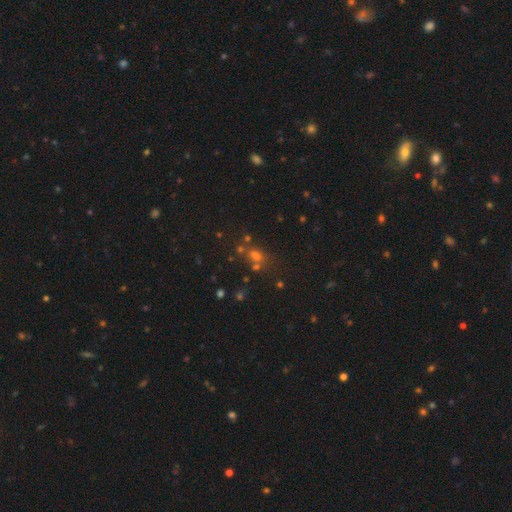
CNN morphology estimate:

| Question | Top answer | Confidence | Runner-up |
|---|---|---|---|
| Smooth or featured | smooth | 51% | star or artifact (36%) |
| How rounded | round | 61% | in between (36%) |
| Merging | none | 58% | merger (24%) |